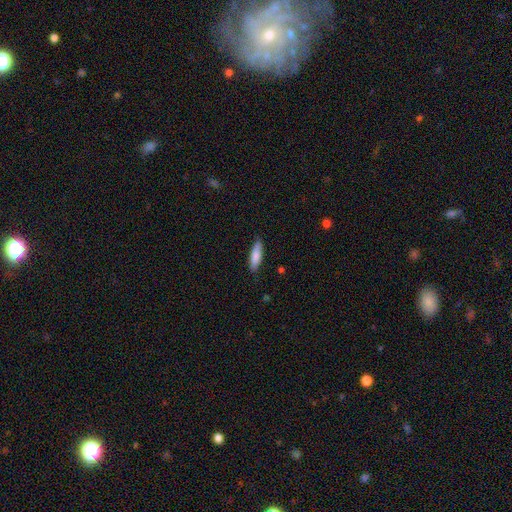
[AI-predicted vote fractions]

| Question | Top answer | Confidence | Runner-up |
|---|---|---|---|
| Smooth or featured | smooth | 81% | featured or disk (14%) |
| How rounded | cigar-shaped | 59% | in between (40%) |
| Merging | none | 86% | minor disturbance (11%) |